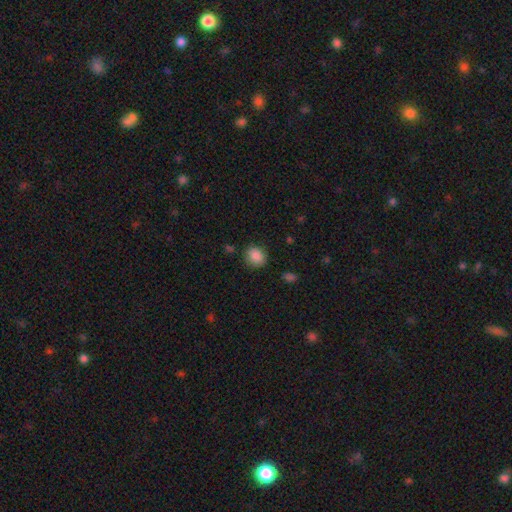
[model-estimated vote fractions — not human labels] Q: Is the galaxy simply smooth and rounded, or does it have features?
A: smooth — 87%.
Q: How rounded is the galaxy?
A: round — 74%.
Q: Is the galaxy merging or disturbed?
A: none — 83%.